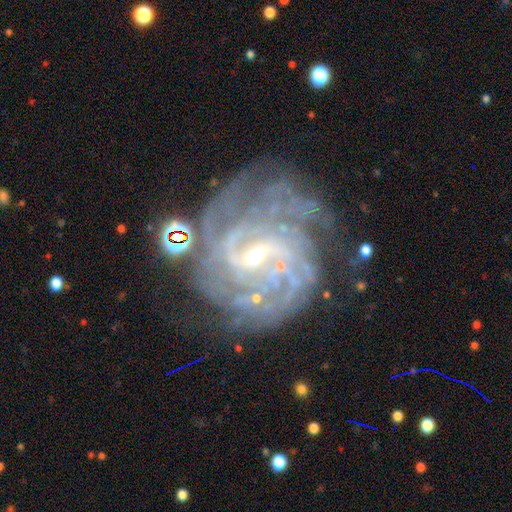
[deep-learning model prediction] A featured or disk galaxy (90%) with a weak bar (53%), tight (68%) spiral arms (97%) and a small central bulge (73%).

Vote fractions:
- Smooth or featured? featured or disk: 90% / star or artifact: 6% / smooth: 4%
- Edge-on disk? no: 98% / yes: 2%
- Bar? weak: 53% / strong: 25% / no: 23%
- Spiral arms? yes: 97% / no: 3%
- Spiral winding? tight: 68% / medium: 27% / loose: 5%
- Spiral arm count? can't tell: 27% / 4: 22% / more than 4: 16% / 3: 14% / 2: 14% / 1: 7%
- Bulge size? small: 73% / moderate: 23% / none: 2% / large: 1% / dominant: 1%
- Merging? none: 67% / minor disturbance: 18% / major disturbance: 11% / merger: 3%